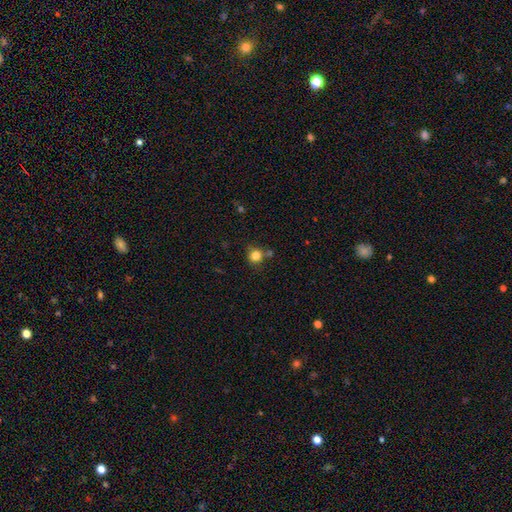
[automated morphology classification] Overall: smooth (81%). How rounded: round (89%). Merging: none (71%).